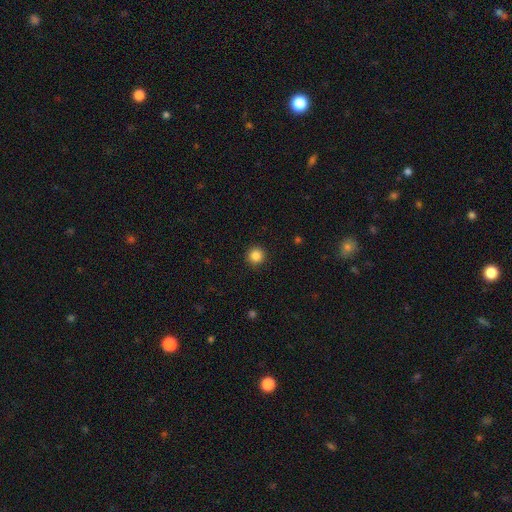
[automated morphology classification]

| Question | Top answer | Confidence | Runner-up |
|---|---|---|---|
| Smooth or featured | smooth | 85% | star or artifact (11%) |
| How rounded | round | 96% | in between (3%) |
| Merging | none | 93% | minor disturbance (5%) |